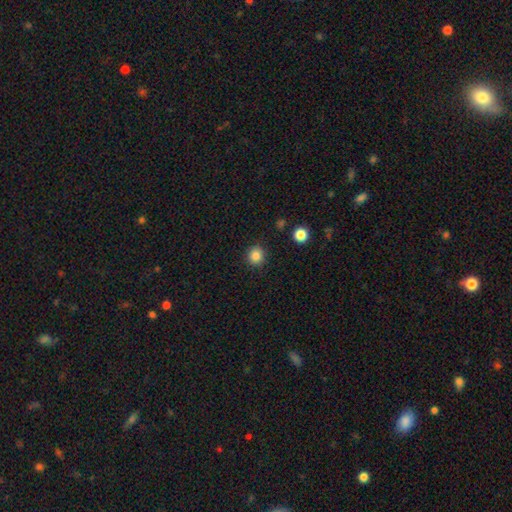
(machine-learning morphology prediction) The model was most divided on "smooth or featured": smooth: 85%, star or artifact: 11%, featured or disk: 4%. More confident: how rounded — round (91%); merging — none (90%).